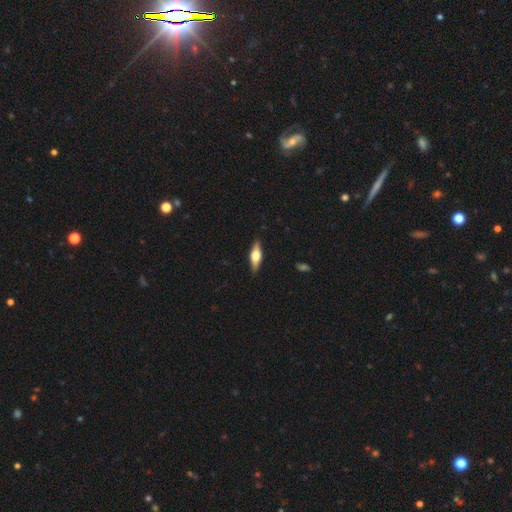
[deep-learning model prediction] The model was most divided on "smooth or featured": featured or disk: 52%, smooth: 43%, star or artifact: 6%. More confident: edge-on disk — yes (93%); merging — none (88%).